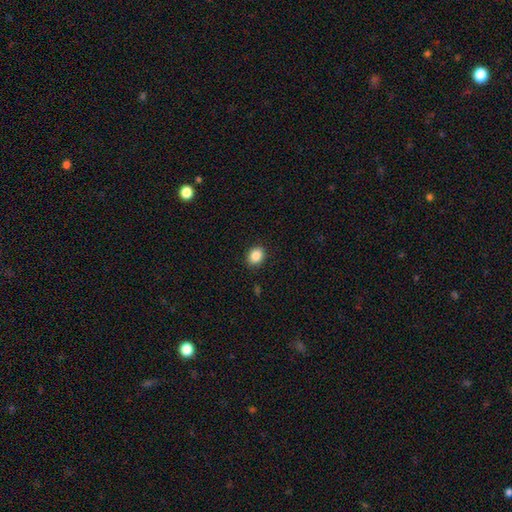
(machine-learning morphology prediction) A smooth galaxy with no disk features (87%) that is round (56%).

Vote fractions:
- Smooth or featured? smooth: 87% / star or artifact: 9% / featured or disk: 4%
- How rounded? round: 56% / in between: 43% / cigar-shaped: 1%
- Merging? none: 91% / minor disturbance: 7% / major disturbance: 2% / merger: 1%